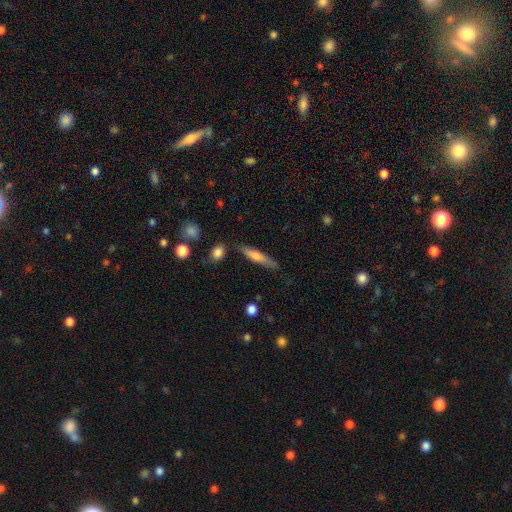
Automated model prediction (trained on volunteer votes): The model was most divided on "smooth or featured": smooth: 56%, featured or disk: 37%, star or artifact: 7%. More confident: how rounded — cigar-shaped (87%); merging — none (79%).